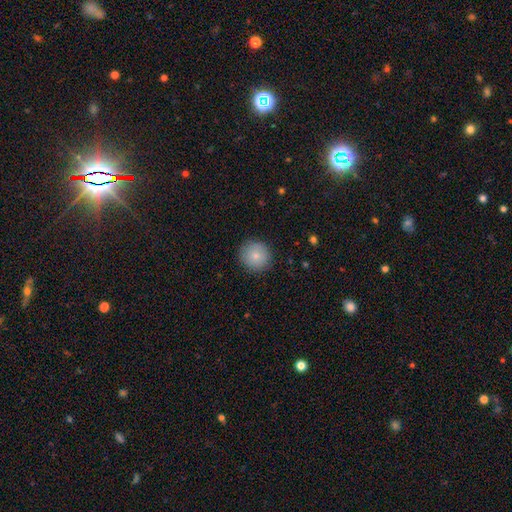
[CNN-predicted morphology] smooth_or_featured: smooth (p=0.82) [alt: featured or disk p=0.09]
how_rounded: round (p=0.93) [alt: in between p=0.06]
merging: none (p=0.89) [alt: minor disturbance p=0.08]